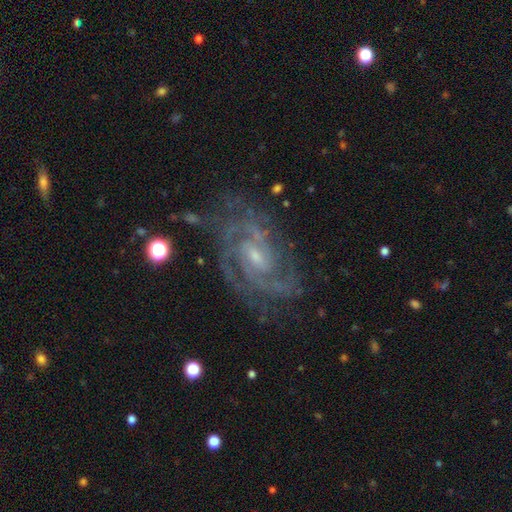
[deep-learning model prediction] Overall: featured or disk (91%). Edge-on disk: no (97%). Bar: weak (49%; no 35%). Spiral arms: yes (98%). Spiral arm count: 2 (46%; 3 22%). Spiral winding: tight (59%; medium 36%). Bulge size: small (65%; moderate 28%). Merging: none (74%).